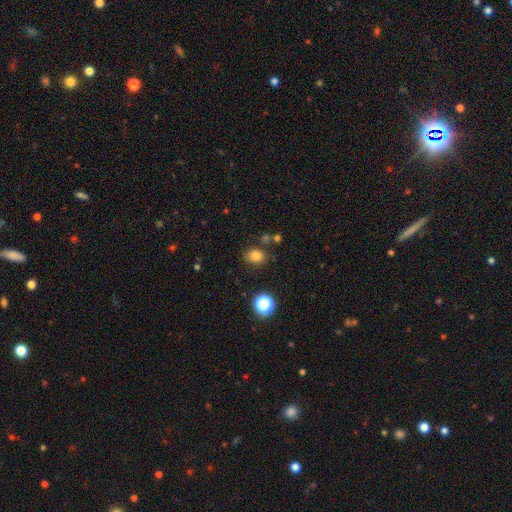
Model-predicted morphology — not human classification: Overall: smooth (78%). How rounded: round (58%; in between 42%). Merging: none (79%).